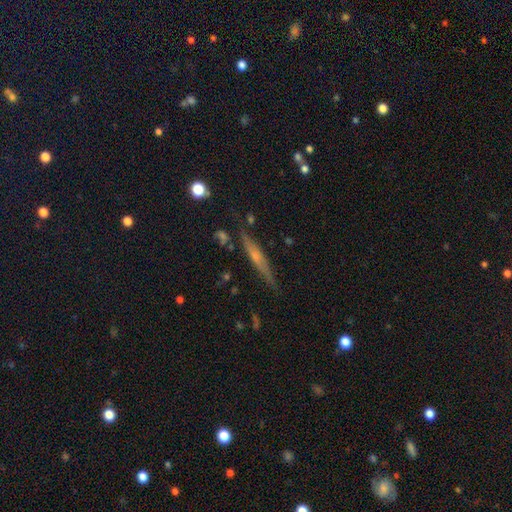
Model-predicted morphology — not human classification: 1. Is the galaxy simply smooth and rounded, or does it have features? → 66% featured or disk, 25% smooth, 9% star or artifact.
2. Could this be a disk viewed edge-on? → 95% yes, 5% no.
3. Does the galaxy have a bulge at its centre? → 61% rounded, 29% none, 9% boxy.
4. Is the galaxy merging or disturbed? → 82% none, 12% minor disturbance, 3% merger, 3% major disturbance.